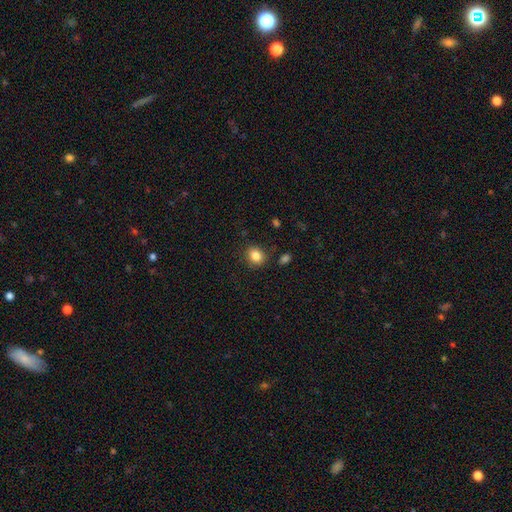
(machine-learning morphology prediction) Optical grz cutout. It shows a smooth galaxy with no disk features (84%) that is round (62%). Merging: none (85%).